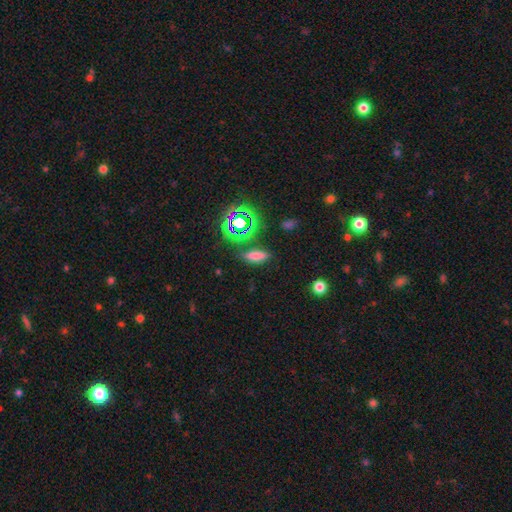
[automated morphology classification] A smooth galaxy with no disk features (65%) that is in between round and cigar-shaped (52%).

Vote fractions:
- Smooth or featured? smooth: 65% / star or artifact: 24% / featured or disk: 10%
- How rounded? in between: 52% / cigar-shaped: 42% / round: 7%
- Merging? none: 79% / minor disturbance: 12% / major disturbance: 4% / merger: 4%